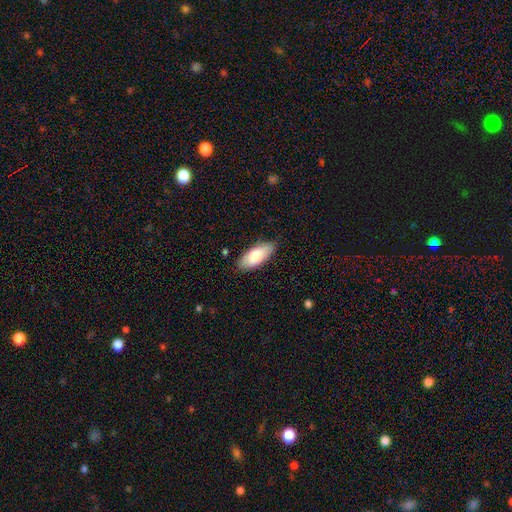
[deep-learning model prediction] Smooth or featured: smooth — 81% (featured or disk — 13%)
How rounded: in between — 85% (cigar-shaped — 13%)
Merging: none — 84% (minor disturbance — 13%)